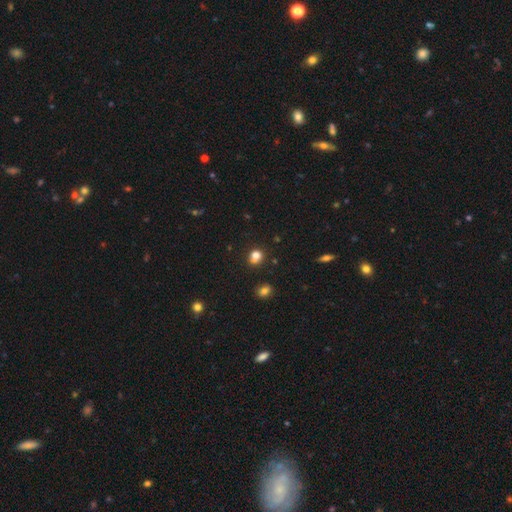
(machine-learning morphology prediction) A smooth galaxy with no disk features (79%) that is round (67%).

Vote fractions:
- Smooth or featured? smooth: 79% / star or artifact: 14% / featured or disk: 7%
- How rounded? round: 67% / in between: 32% / cigar-shaped: 1%
- Merging? none: 67% / minor disturbance: 18% / merger: 10% / major disturbance: 5%